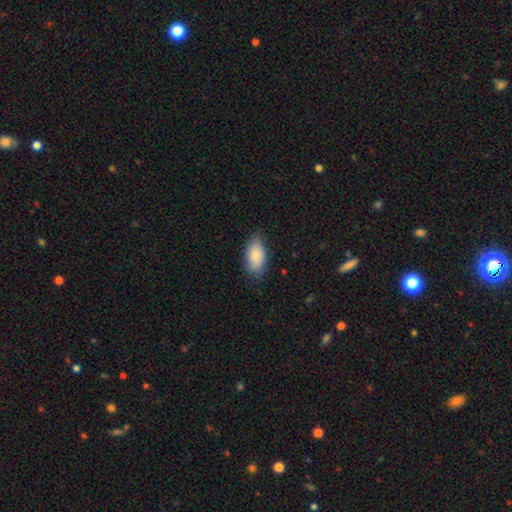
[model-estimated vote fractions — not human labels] This appears to be a smooth galaxy with no disk features (84%) that is in between round and cigar-shaped (94%). Merging: none (76%).